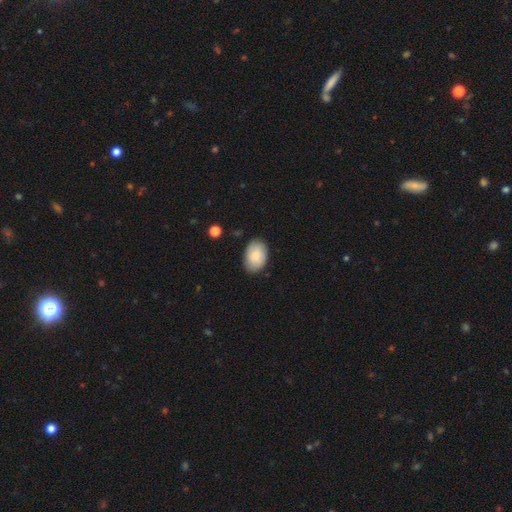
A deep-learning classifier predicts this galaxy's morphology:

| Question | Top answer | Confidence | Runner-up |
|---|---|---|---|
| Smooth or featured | smooth | 84% | featured or disk (10%) |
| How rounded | in between | 87% | round (12%) |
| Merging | none | 84% | minor disturbance (13%) |